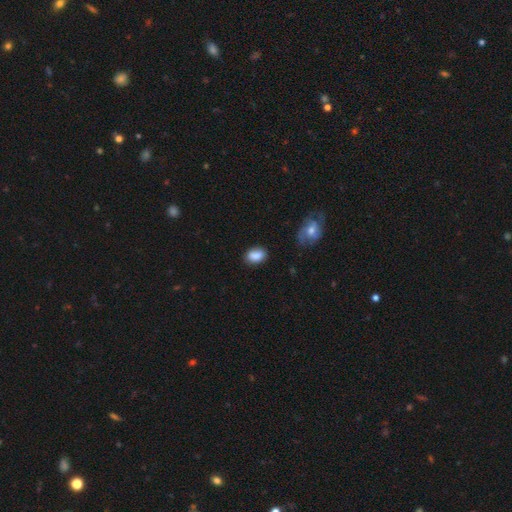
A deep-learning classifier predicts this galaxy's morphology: Smooth or featured?
  - smooth: 85% *
  - star or artifact: 8%
  - featured or disk: 7%
How rounded?
  - in between: 84% *
  - round: 14%
  - cigar-shaped: 2%
Merging?
  - none: 76% *
  - minor disturbance: 18%
  - major disturbance: 3%
  - merger: 3%